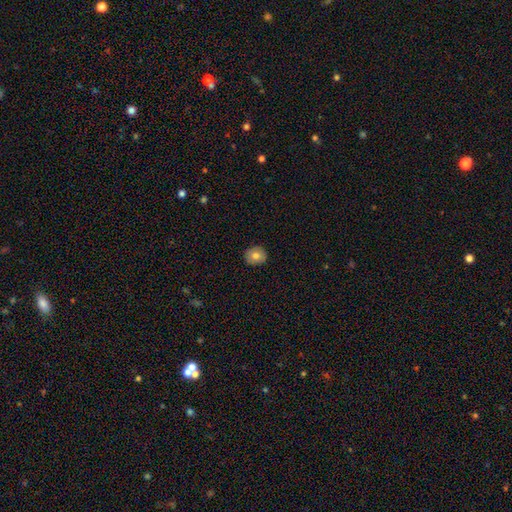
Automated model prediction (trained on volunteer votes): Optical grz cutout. It shows a smooth galaxy with no disk features (76%) that is round (83%). Merging: none (90%).